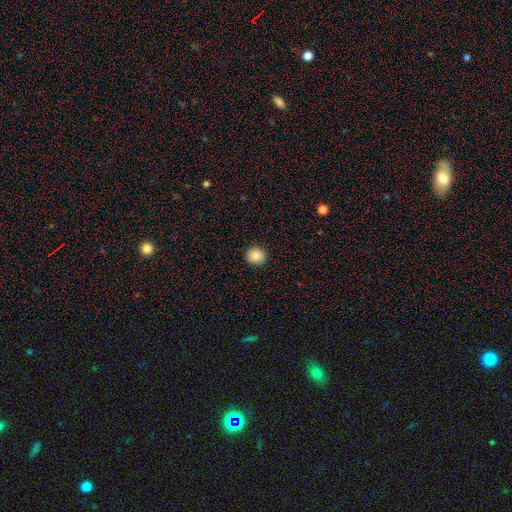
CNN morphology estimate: smooth 86%, star or artifact 9%, featured or disk 5%. Down the decision tree: how rounded — round (87%); merging — none (92%).